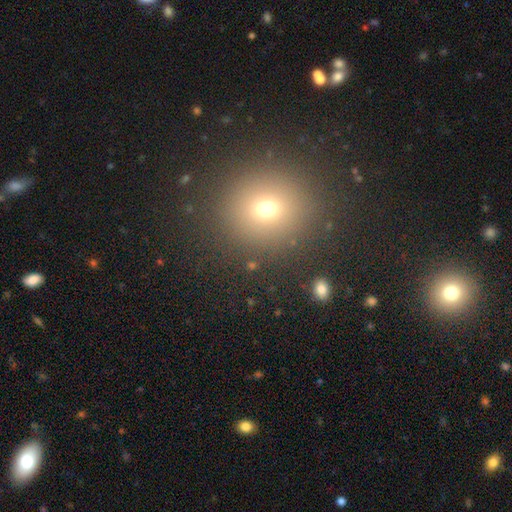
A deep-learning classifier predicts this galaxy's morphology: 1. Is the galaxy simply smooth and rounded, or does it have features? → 61% smooth, 30% star or artifact, 9% featured or disk.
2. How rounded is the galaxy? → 86% round, 13% in between, 1% cigar-shaped.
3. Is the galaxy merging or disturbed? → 90% none, 5% minor disturbance, 3% major disturbance, 2% merger.